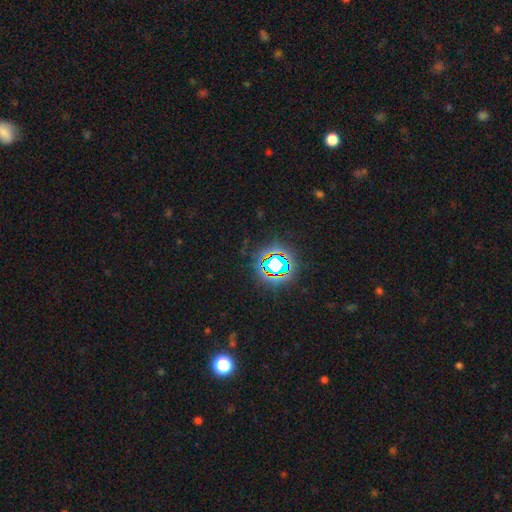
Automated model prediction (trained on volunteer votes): Smooth or featured? Predicted: star or artifact (p=0.78).